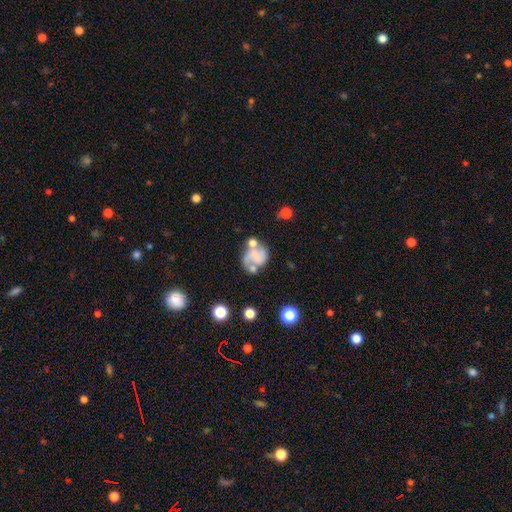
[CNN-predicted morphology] This is possibly a featured or disk galaxy (56%). It is clearly not viewed edge-on (98%). Bar: likely no (71%). Spiral arm pattern: likely yes (70%). Central bulge: likely none (65%). Merging: marginally none (39%).